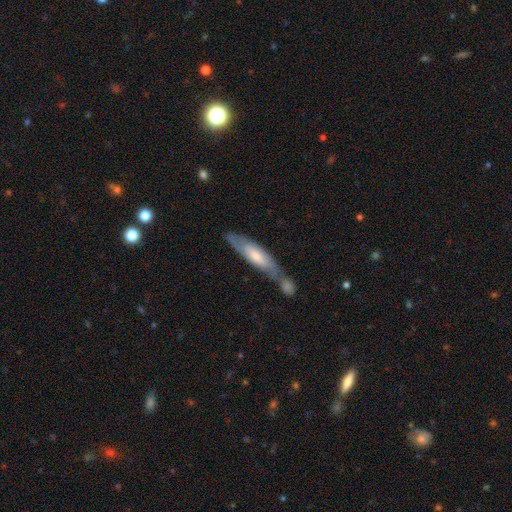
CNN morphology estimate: featured or disk 49%, smooth 45%, star or artifact 6%. Down the decision tree: merging — none (42%).